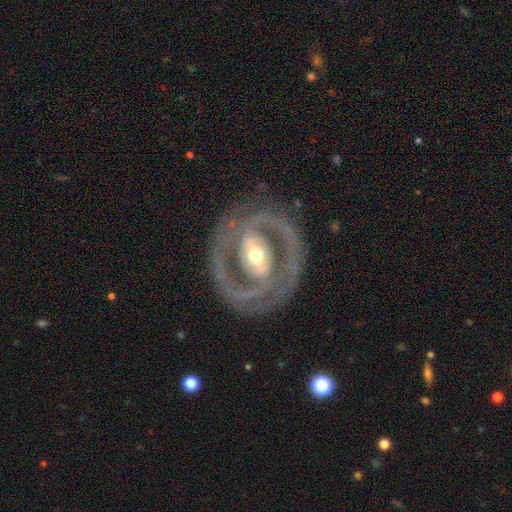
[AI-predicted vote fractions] A featured or disk galaxy (86%) with a strong bar (42%), 2 (77%) tight (51%) spiral arms (78%) and a moderate central bulge (63%).

Vote fractions:
- Smooth or featured? featured or disk: 86% / smooth: 10% / star or artifact: 4%
- Edge-on disk? no: 96% / yes: 4%
- Bar? strong: 42% / weak: 32% / no: 25%
- Spiral arms? yes: 78% / no: 22%
- Spiral winding? tight: 51% / medium: 38% / loose: 12%
- Spiral arm count? 2: 77% / can't tell: 11% / 3: 4% / 1: 4% / 4: 2% / more than 4: 2%
- Bulge size? moderate: 63% / small: 27% / large: 8% / dominant: 1% / none: 1%
- Merging? none: 79% / minor disturbance: 12% / major disturbance: 7% / merger: 1%